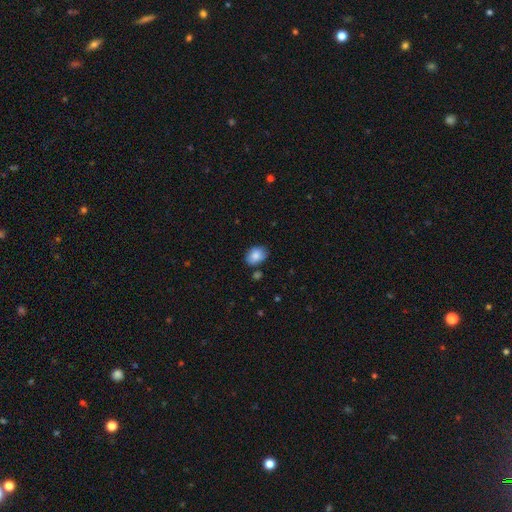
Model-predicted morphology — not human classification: This is clearly a smooth galaxy (84%). How rounded: likely in between (77%). Merging: likely none (77%).